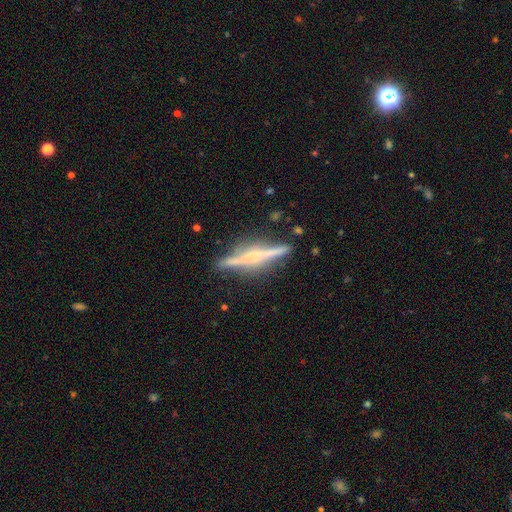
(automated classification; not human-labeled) This is likely a featured or disk galaxy (77%). It is clearly viewed edge-on (97%). Edge-on bulge: possibly rounded (54%). Merging: clearly none (82%).